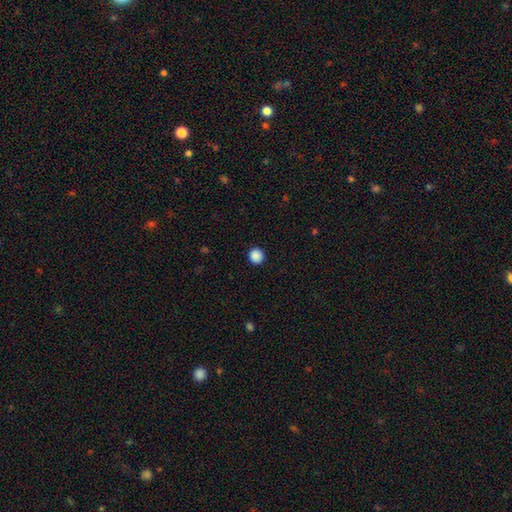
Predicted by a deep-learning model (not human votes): Smooth or featured: smooth — 89% (star or artifact — 9%)
How rounded: round — 91% (in between — 8%)
Merging: none — 92% (minor disturbance — 5%)